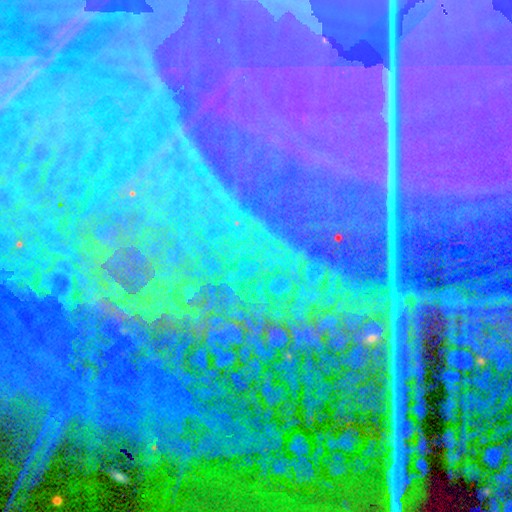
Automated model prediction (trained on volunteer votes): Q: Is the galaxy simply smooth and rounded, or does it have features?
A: star or artifact — 83%.